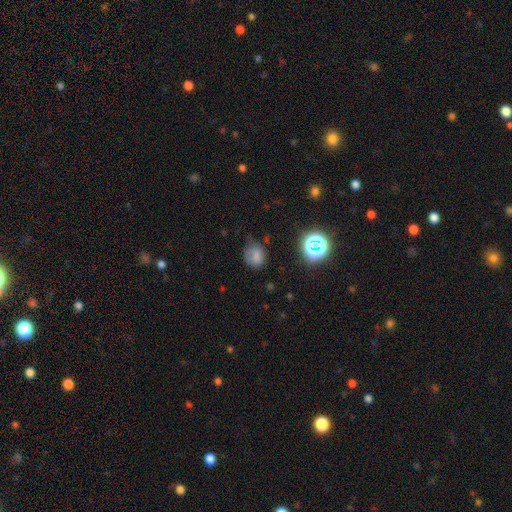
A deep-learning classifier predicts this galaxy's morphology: smooth-or-featured: smooth: 68% | star or artifact: 19% | featured or disk: 13%
  how-rounded: round: 54% | in between: 44% | cigar-shaped: 1%
  merging: none: 53% | minor disturbance: 31% | major disturbance: 13% | merger: 3%